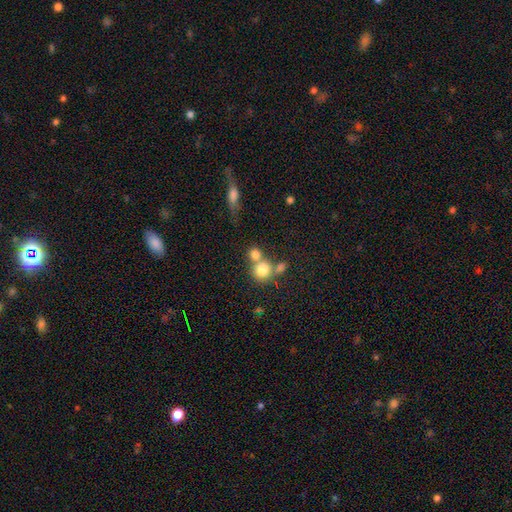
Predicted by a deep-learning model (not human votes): This is likely a smooth galaxy (78%). How rounded: clearly round (83%). Merging: possibly merger (48%).